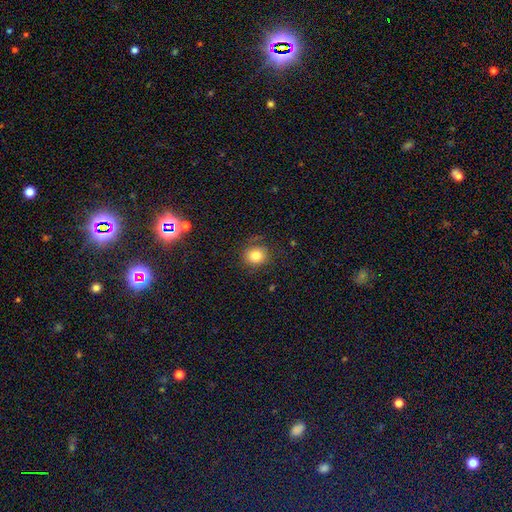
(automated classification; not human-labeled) Smooth or featured: smooth — 79% (star or artifact — 12%)
How rounded: round — 84% (in between — 15%)
Merging: none — 82% (minor disturbance — 12%)